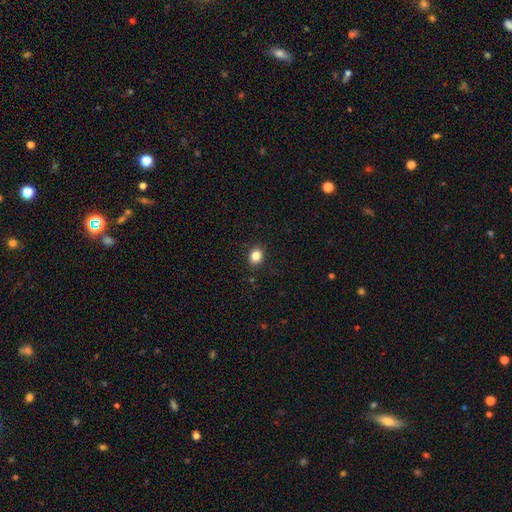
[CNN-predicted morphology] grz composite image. It shows a smooth galaxy with no disk features (84%) that is round (63%). Merging: none (90%).